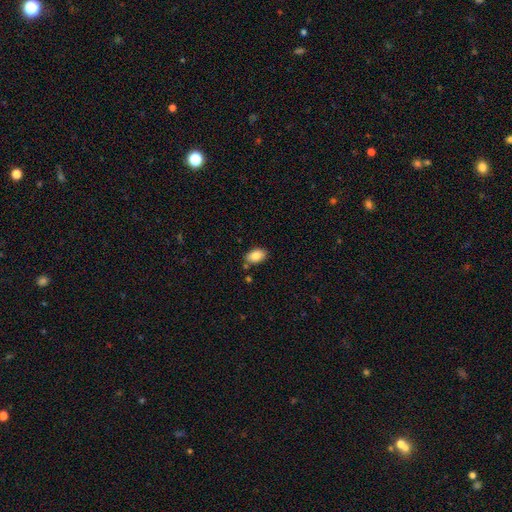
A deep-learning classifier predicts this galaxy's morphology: type=smooth (85%); roundness=in between (90%); merging=none (81%).